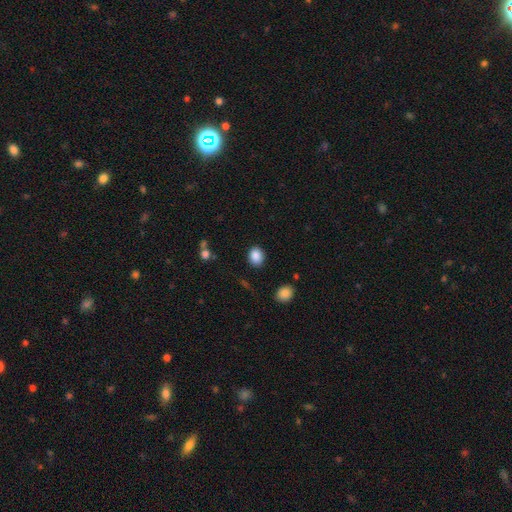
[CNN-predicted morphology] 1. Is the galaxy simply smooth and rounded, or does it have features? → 88% smooth, 9% star or artifact, 4% featured or disk.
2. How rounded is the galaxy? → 50% round, 49% in between, 1% cigar-shaped.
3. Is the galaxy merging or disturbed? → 87% none, 9% minor disturbance, 3% major disturbance, 2% merger.